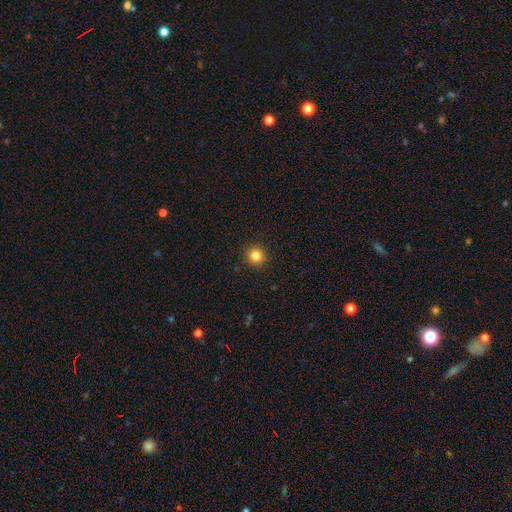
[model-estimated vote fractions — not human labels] Smooth or featured?
  - smooth: 85% *
  - star or artifact: 11%
  - featured or disk: 4%
How rounded?
  - round: 95% *
  - in between: 4%
  - cigar-shaped: 1%
Merging?
  - none: 93% *
  - minor disturbance: 5%
  - major disturbance: 2%
  - merger: 1%